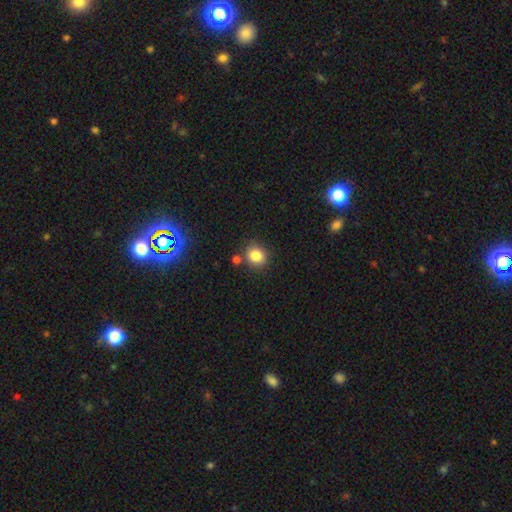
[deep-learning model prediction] Q: Smooth or featured?
A: smooth (84%); runner-up: star or artifact (11%)
Q: How rounded?
A: round (77%); runner-up: in between (22%)
Q: Merging?
A: none (77%); runner-up: minor disturbance (11%)